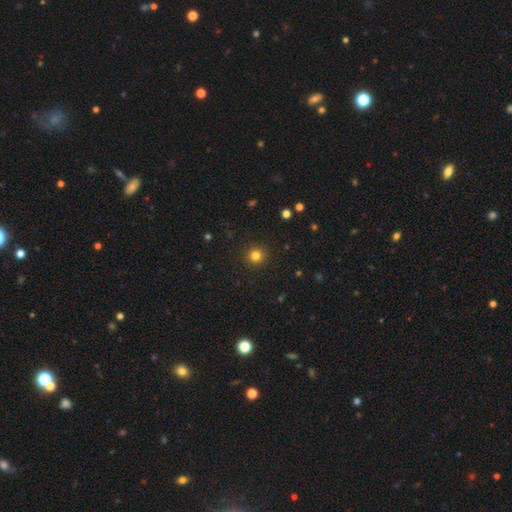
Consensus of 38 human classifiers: Smooth or featured?
  - smooth: 89% *
  - featured or disk: 5%
  - star or artifact: 5%
How rounded?
  - round: 97% *
  - in between: 3%
  - cigar-shaped: 0%
Merging?
  - none: 97% *
  - minor disturbance: 3%
  - major disturbance: 0%
  - merger: 0%